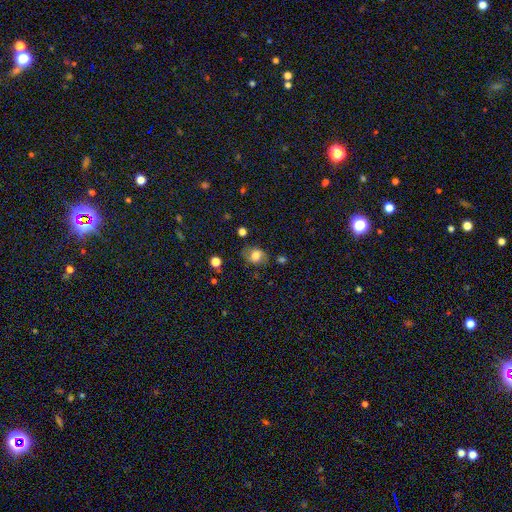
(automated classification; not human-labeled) The model was most divided on "how rounded": in between: 52%, round: 46%, cigar-shaped: 1%. More confident: merging — none (69%); smooth or featured — smooth (67%).